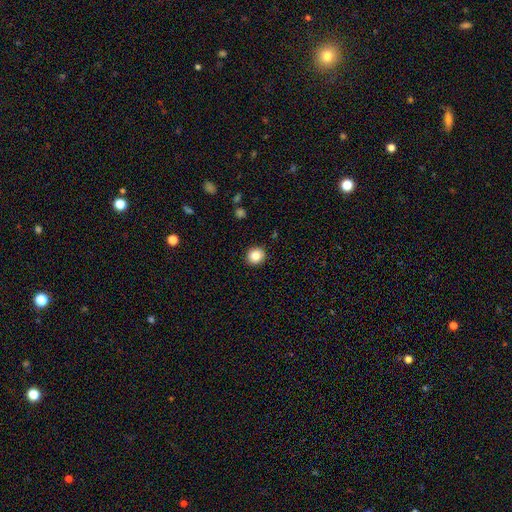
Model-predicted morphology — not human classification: smooth 84%, star or artifact 10%, featured or disk 6%. Down the decision tree: how rounded — round (90%); merging — none (92%).